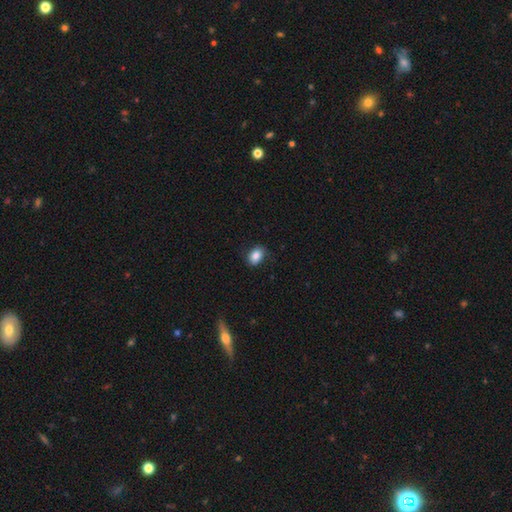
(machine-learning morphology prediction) type=smooth (86%); roundness=in between (74%); merging=none (82%).